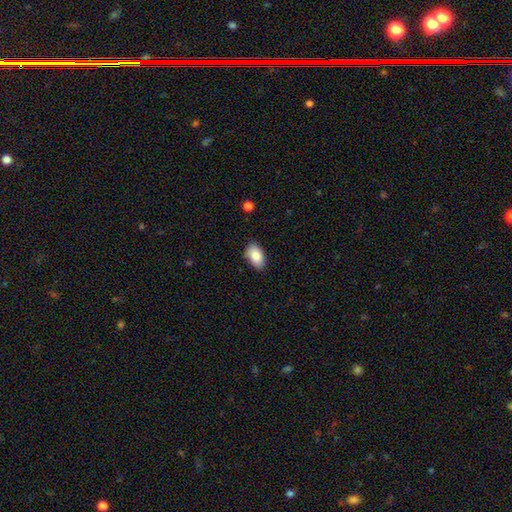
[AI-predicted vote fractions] smooth_or_featured: smooth (p=0.87) [alt: star or artifact p=0.07]
how_rounded: in between (p=0.93) [alt: round p=0.06]
merging: none (p=0.83) [alt: minor disturbance p=0.14]